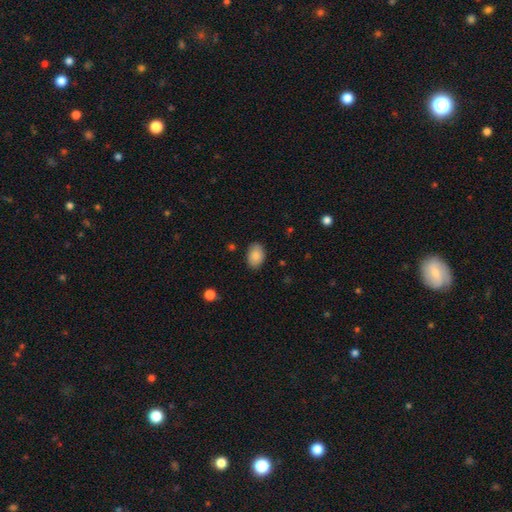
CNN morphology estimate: This appears to be a smooth galaxy with no disk features (86%) that is in between round and cigar-shaped (83%). Merging: none (85%).